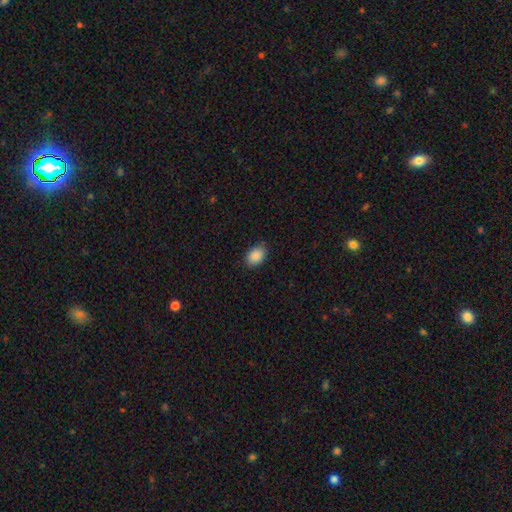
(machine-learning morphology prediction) Q: Smooth or featured?
A: smooth (89%); runner-up: star or artifact (8%)
Q: How rounded?
A: in between (84%); runner-up: round (15%)
Q: Merging?
A: none (85%); runner-up: minor disturbance (11%)